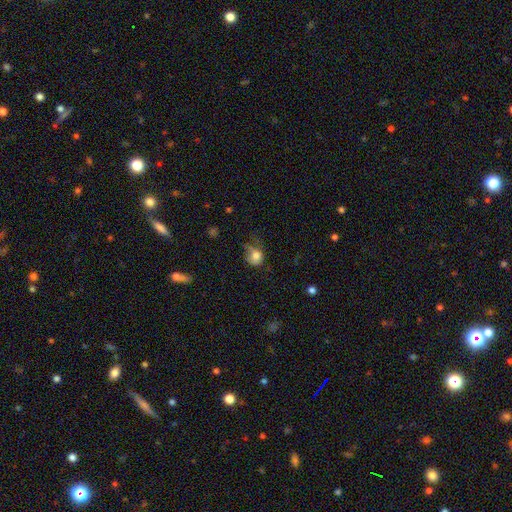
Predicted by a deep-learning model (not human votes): This is likely a smooth galaxy (77%). How rounded: likely round (63%). Merging: marginally none (34%).